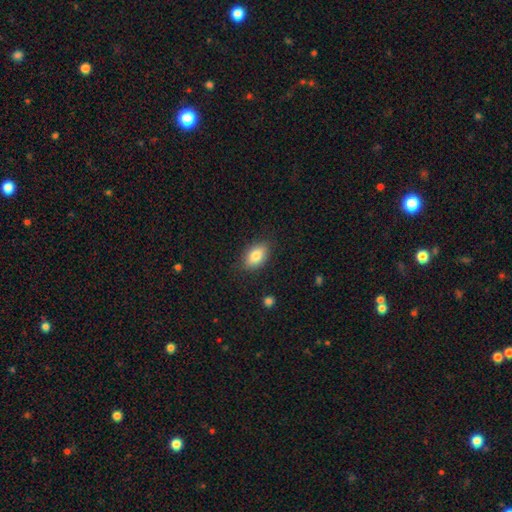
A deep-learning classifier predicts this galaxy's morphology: Smooth or featured: smooth — 81% (featured or disk — 11%)
How rounded: in between — 87% (round — 9%)
Merging: none — 83% (minor disturbance — 13%)